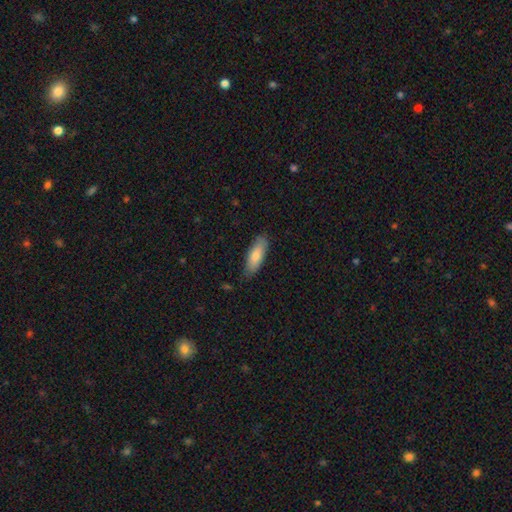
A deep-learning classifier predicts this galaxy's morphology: Smooth or featured? smooth (78%)
How rounded? in between (60%)
Merging? none (82%)